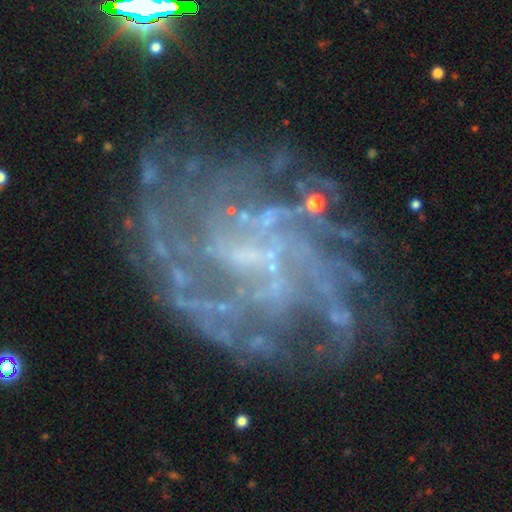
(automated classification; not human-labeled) A featured or disk galaxy (83%) with a weak bar (43%), tight (47%) spiral arms (89%) and no central bulge (51%). Merging: none (65%).